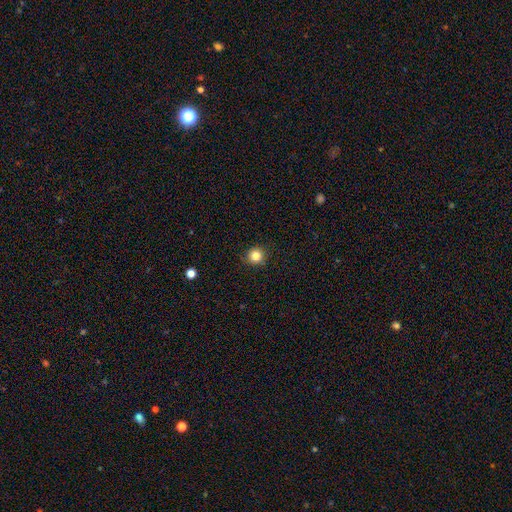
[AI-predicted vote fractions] This is clearly a smooth galaxy (83%). How rounded: clearly round (92%). Merging: clearly none (89%).